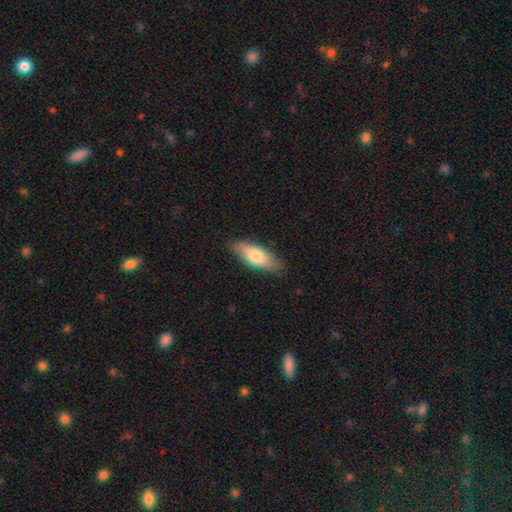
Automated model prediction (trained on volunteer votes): smooth 74%, featured or disk 20%, star or artifact 6%. Down the decision tree: how rounded — in between (70%); merging — none (81%).